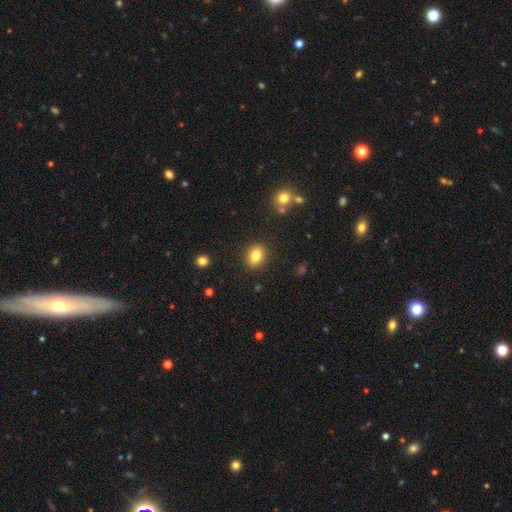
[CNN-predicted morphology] The model was most divided on "how rounded": in between: 52%, round: 47%, cigar-shaped: 1%. More confident: merging — none (87%); smooth or featured — smooth (81%).